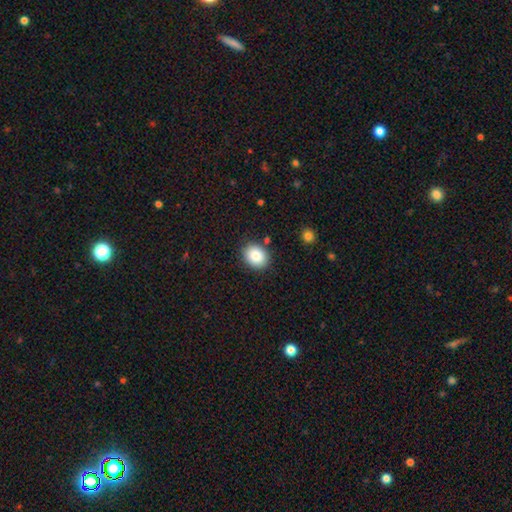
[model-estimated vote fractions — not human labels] A smooth galaxy with no disk features (86%) that is round (53%).

Vote fractions:
- Smooth or featured? smooth: 86% / star or artifact: 8% / featured or disk: 6%
- How rounded? round: 53% / in between: 46% / cigar-shaped: 1%
- Merging? none: 86% / minor disturbance: 9% / merger: 2% / major disturbance: 2%